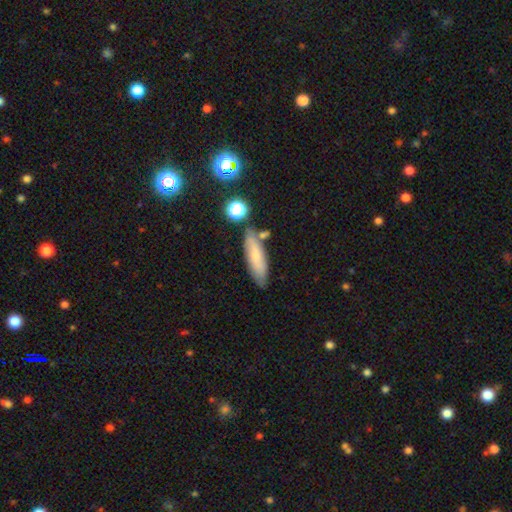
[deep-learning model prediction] smooth_or_featured: smooth (p=0.68) [alt: featured or disk p=0.24]
how_rounded: cigar-shaped (p=0.59) [alt: in between p=0.39]
merging: none (p=0.71) [alt: minor disturbance p=0.17]